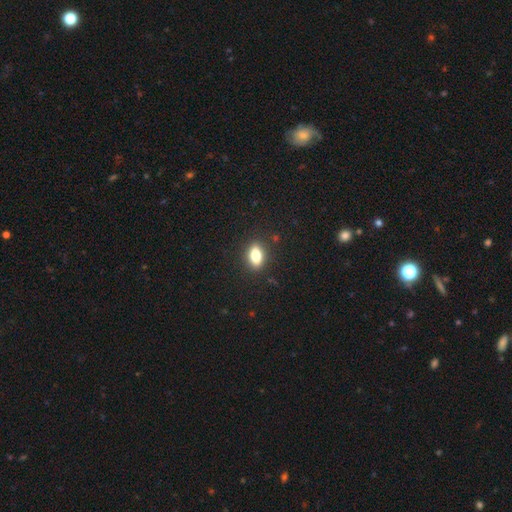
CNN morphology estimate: type=smooth (79%); roundness=in between (82%); merging=none (87%).